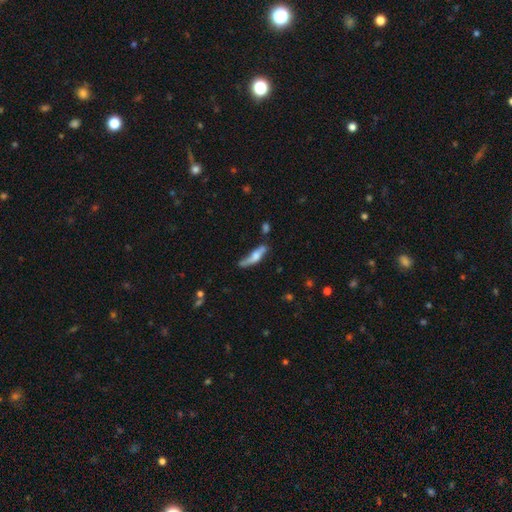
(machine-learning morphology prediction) type=featured or disk (47%, tied with smooth); merging=none (53%).